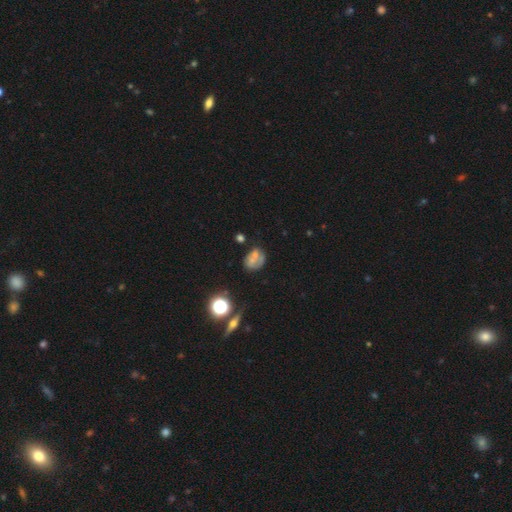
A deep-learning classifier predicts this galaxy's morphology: A smooth galaxy with no disk features (44%). Merging: none (46%).